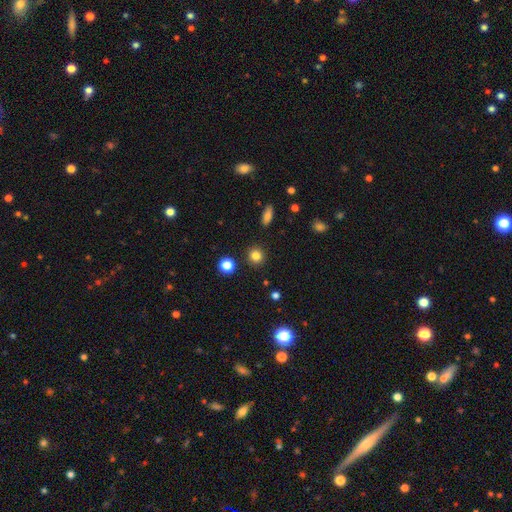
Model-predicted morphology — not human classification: smooth-or-featured: smooth: 83% | star or artifact: 12% | featured or disk: 4%
  how-rounded: round: 91% | in between: 8% | cigar-shaped: 1%
  merging: none: 91% | minor disturbance: 5% | merger: 2% | major disturbance: 2%